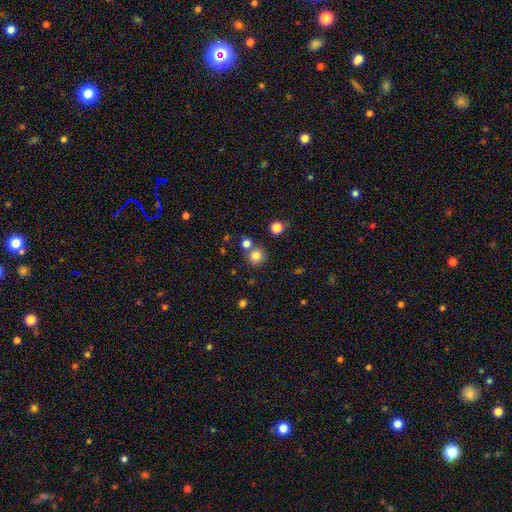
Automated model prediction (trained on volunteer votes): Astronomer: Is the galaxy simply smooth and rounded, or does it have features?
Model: smooth — 80%.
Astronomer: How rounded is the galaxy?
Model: round — 91%.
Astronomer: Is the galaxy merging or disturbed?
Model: none — 71%.